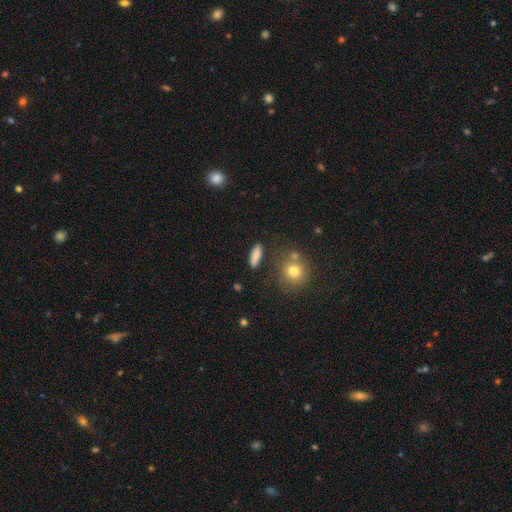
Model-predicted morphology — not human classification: This is clearly a smooth galaxy (81%). How rounded: possibly in between (54%). Merging: clearly none (80%).